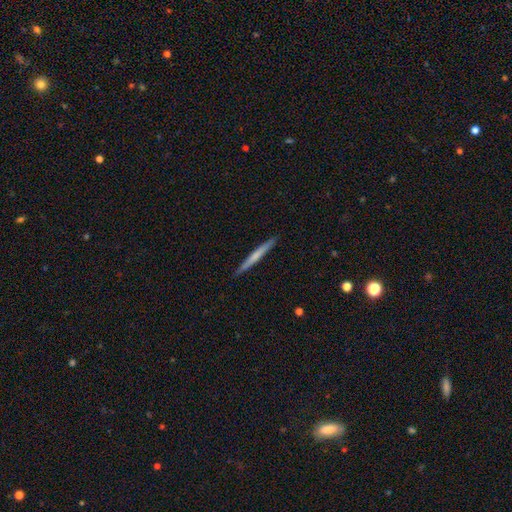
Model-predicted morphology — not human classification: A smooth galaxy with no disk features (51%) that is cigar-shaped (97%). Merging: none (92%).